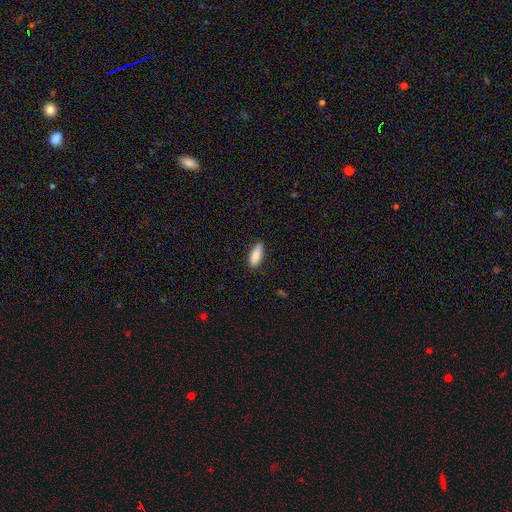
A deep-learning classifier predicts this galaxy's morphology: type=smooth (85%); roundness=in between (71%); merging=none (81%).